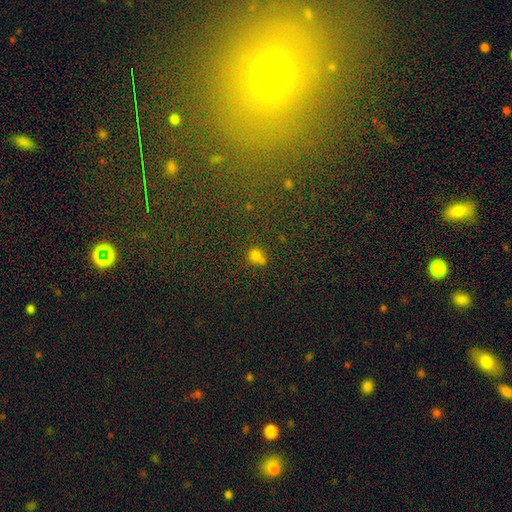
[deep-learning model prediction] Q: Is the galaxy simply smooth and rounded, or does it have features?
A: smooth — 72%.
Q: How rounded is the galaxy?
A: round — 84%.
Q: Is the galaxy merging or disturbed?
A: none — 52%.